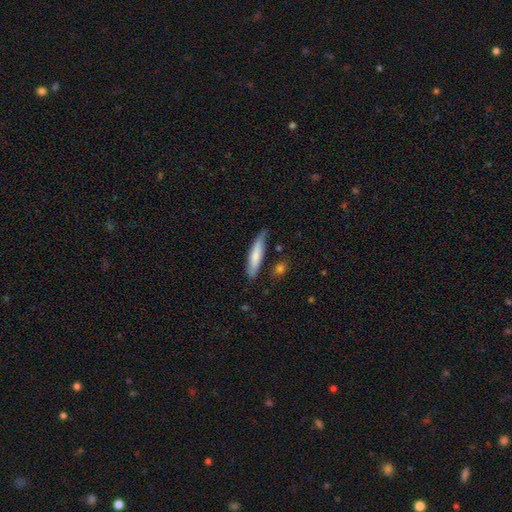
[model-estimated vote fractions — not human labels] A smooth galaxy with no disk features (74%) that is cigar-shaped (80%). Merging: none (68%).